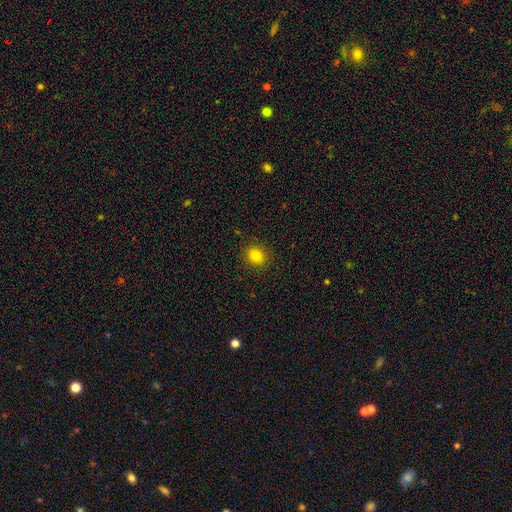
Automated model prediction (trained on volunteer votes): smooth 83%, star or artifact 12%, featured or disk 6%. Down the decision tree: how rounded — round (62%); merging — none (89%).